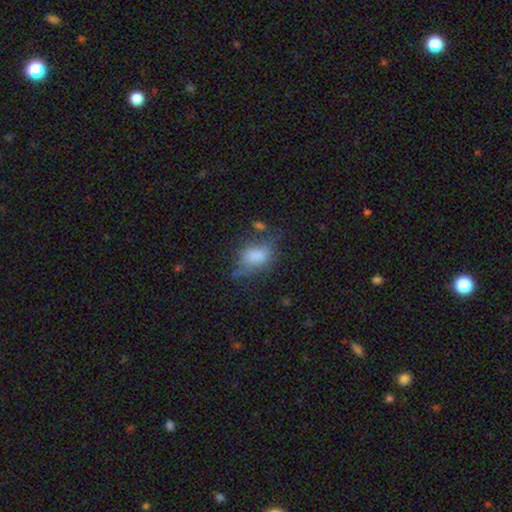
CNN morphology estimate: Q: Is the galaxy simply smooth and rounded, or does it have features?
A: smooth — 70%.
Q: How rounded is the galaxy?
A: in between — 79%.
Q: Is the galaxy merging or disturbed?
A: none — 46%.